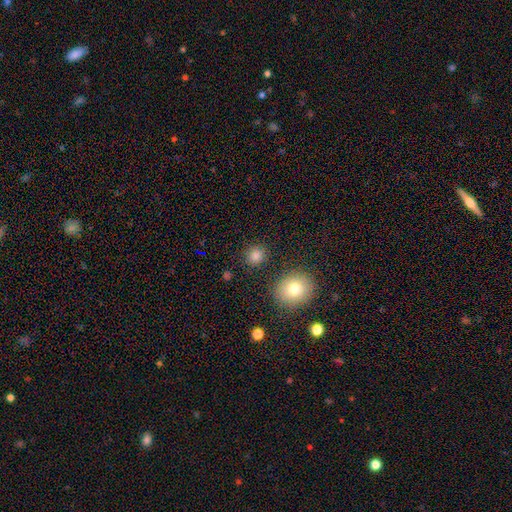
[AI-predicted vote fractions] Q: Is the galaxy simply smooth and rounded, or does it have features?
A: smooth — 82%.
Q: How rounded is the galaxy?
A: round — 84%.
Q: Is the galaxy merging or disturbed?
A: none — 88%.